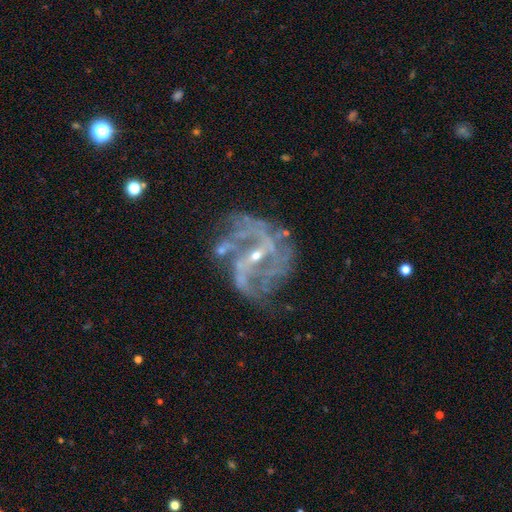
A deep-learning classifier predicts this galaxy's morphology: featured or disk 89%, star or artifact 7%, smooth 4%. Down the decision tree: edge-on disk — no (97%); bar — weak (42%); spiral arms — yes (94%); spiral arm count — 2 (34%); spiral winding — medium (48%); bulge size — small (70%); merging — none (57%).